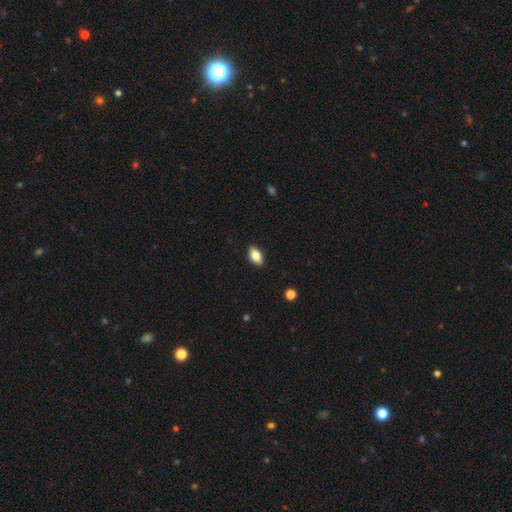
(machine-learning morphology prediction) This appears to be a smooth galaxy with no disk features (77%) that is in between round and cigar-shaped (89%). Merging: none (89%).